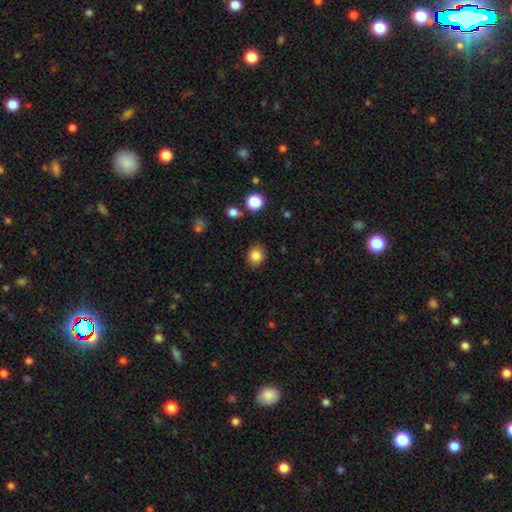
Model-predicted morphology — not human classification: A smooth galaxy with no disk features (86%) that is round (71%). Merging: none (86%).